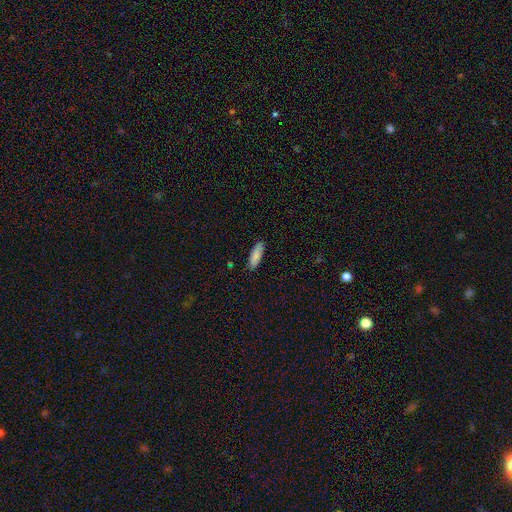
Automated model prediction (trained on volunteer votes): The model was most divided on "how rounded": in between: 58%, cigar-shaped: 41%, round: 2%. More confident: merging — none (86%); smooth or featured — smooth (86%).